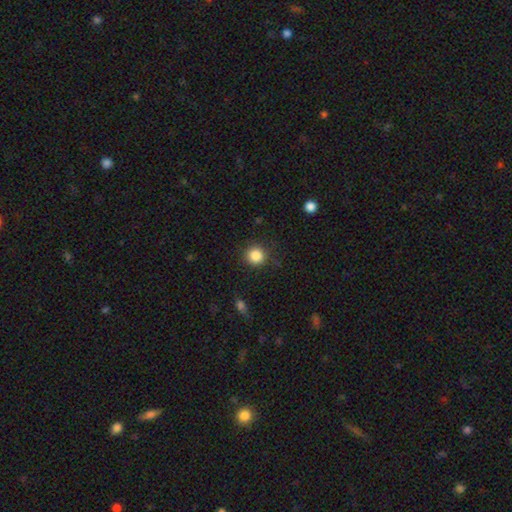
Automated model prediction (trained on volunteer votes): Q: Smooth or featured?
A: smooth (86%); runner-up: star or artifact (10%)
Q: How rounded?
A: round (94%); runner-up: in between (5%)
Q: Merging?
A: none (88%); runner-up: minor disturbance (8%)